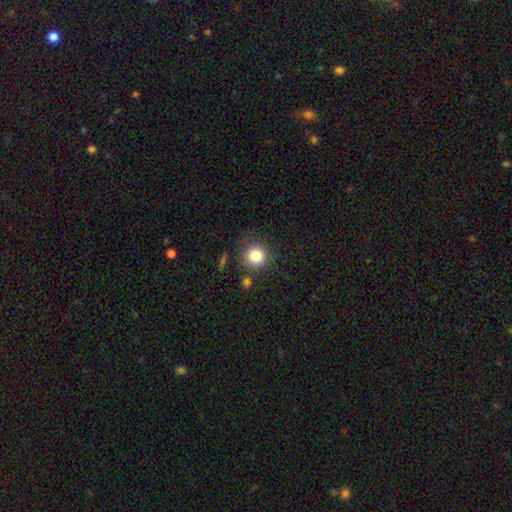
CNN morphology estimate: type=smooth (82%); roundness=round (92%); merging=none (76%).